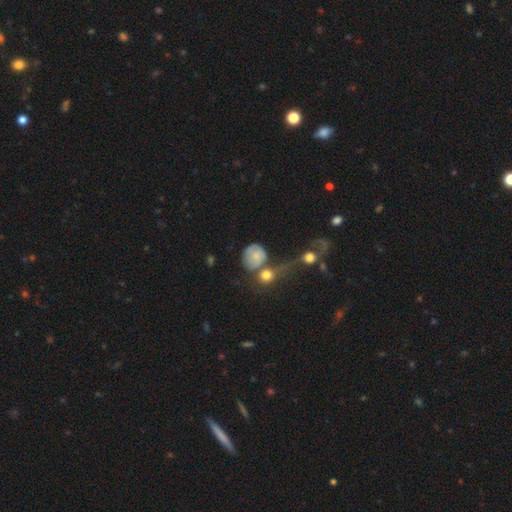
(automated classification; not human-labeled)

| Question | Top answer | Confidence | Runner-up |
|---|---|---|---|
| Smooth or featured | smooth | 60% | featured or disk (31%) |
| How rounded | round | 77% | in between (21%) |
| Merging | none | 38% | merger (29%) |